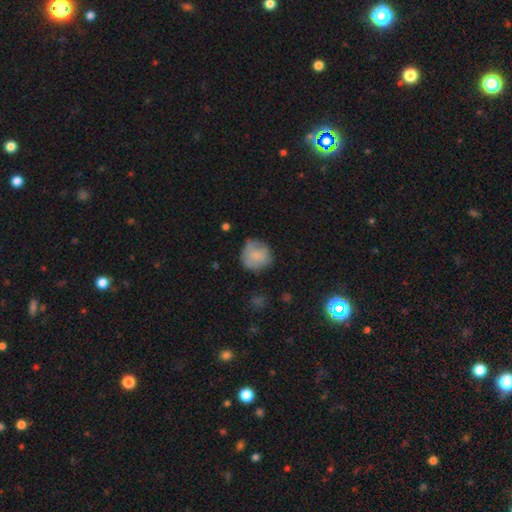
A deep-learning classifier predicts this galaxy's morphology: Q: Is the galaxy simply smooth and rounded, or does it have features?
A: smooth — 73%.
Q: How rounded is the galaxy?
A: round — 88%.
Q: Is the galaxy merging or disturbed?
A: none — 63%.